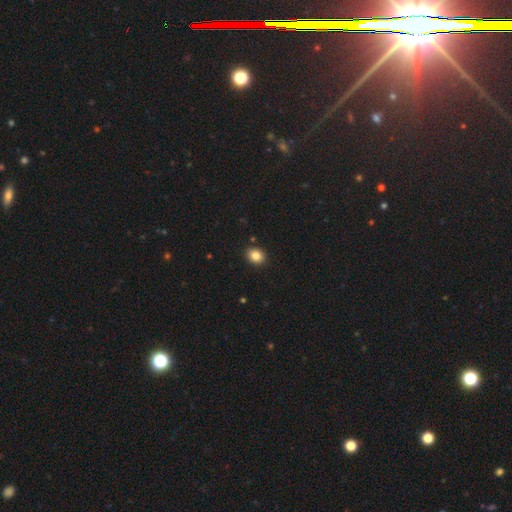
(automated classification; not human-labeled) Q: Smooth or featured?
A: smooth (86%); runner-up: star or artifact (9%)
Q: How rounded?
A: in between (54%); runner-up: round (45%)
Q: Merging?
A: none (90%); runner-up: minor disturbance (7%)